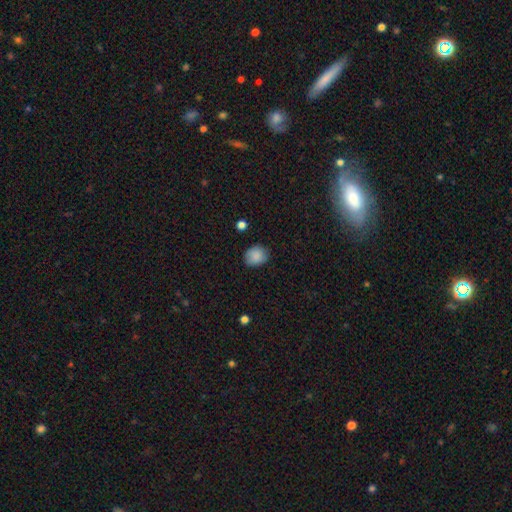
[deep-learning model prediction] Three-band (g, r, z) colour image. It shows a smooth galaxy with no disk features (87%) that is round (58%). Merging: none (80%).